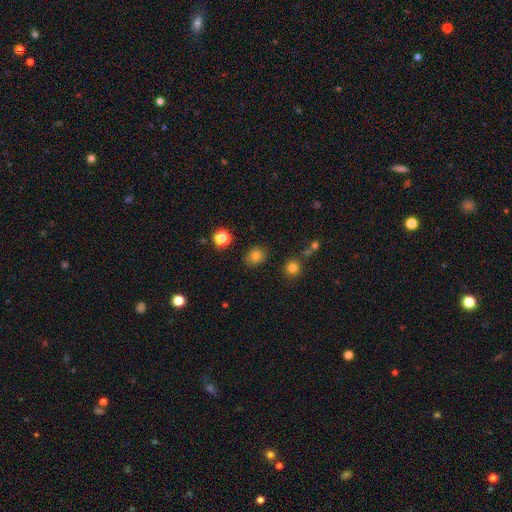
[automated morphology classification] type=smooth (79%); roundness=round (56%); merging=none (85%).